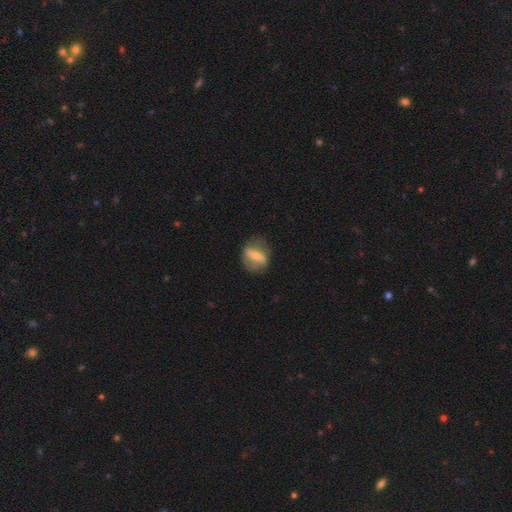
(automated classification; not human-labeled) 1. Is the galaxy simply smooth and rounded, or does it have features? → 66% featured or disk, 27% smooth, 7% star or artifact.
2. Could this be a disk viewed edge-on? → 84% no, 16% yes.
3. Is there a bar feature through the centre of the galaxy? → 67% strong, 24% weak, 10% no.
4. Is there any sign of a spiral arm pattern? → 57% no, 43% yes.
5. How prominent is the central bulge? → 47% small, 44% moderate, 4% none, 3% large, 1% dominant.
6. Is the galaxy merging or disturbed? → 75% none, 16% minor disturbance, 7% major disturbance, 1% merger.